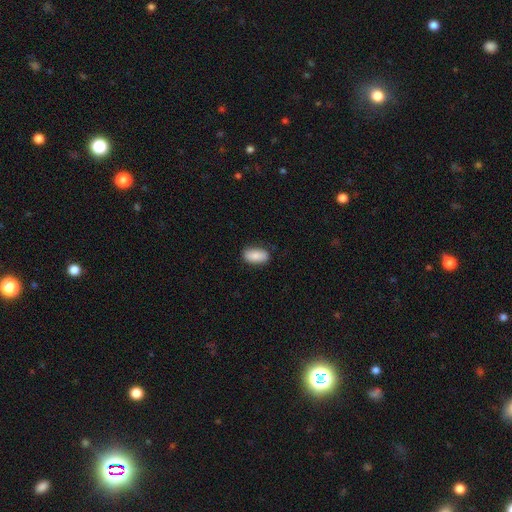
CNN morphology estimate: The model was most divided on "merging": none: 83%, minor disturbance: 13%, major disturbance: 2%, merger: 1%. More confident: how rounded — in between (93%); smooth or featured — smooth (84%).